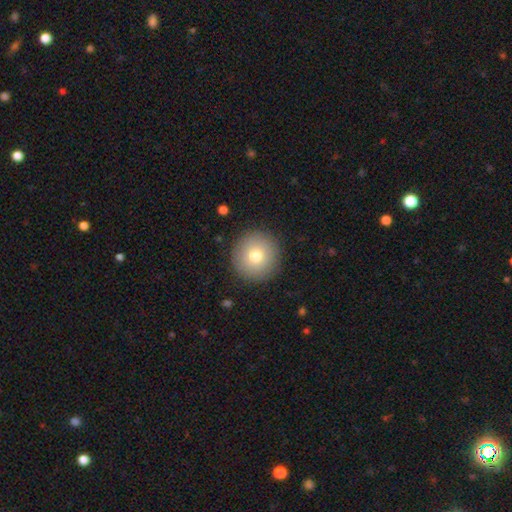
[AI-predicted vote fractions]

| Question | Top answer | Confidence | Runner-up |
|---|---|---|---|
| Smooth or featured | smooth | 77% | featured or disk (13%) |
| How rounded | round | 96% | in between (3%) |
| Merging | none | 91% | minor disturbance (6%) |